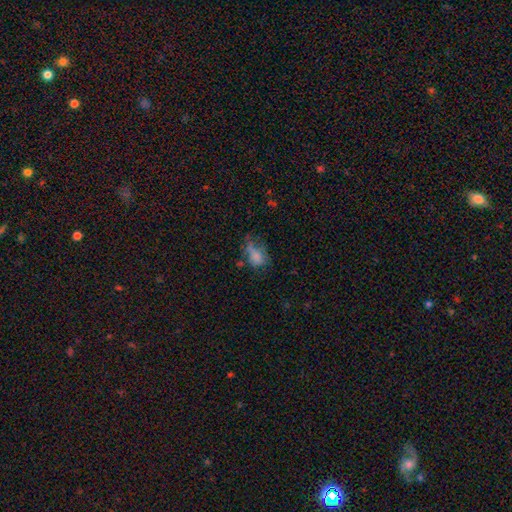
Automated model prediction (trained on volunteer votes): smooth_or_featured: smooth (p=0.69) [alt: featured or disk p=0.18]
how_rounded: in between (p=0.80) [alt: round p=0.17]
merging: major disturbance (p=0.32) [tied with: none p=0.32]